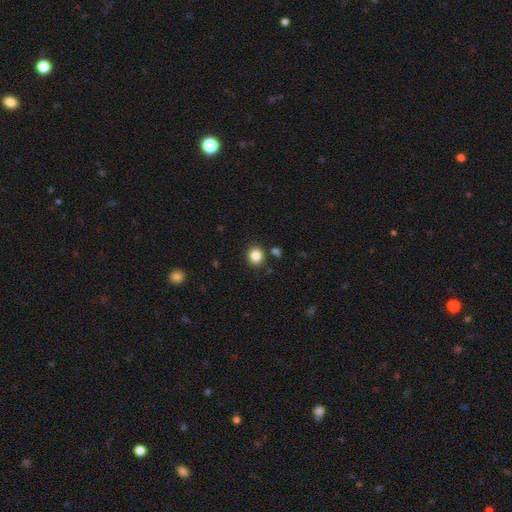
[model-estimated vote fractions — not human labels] smooth_or_featured: smooth (p=0.85) [alt: star or artifact p=0.10]
how_rounded: round (p=0.77) [alt: in between p=0.22]
merging: none (p=0.87) [alt: minor disturbance p=0.07]